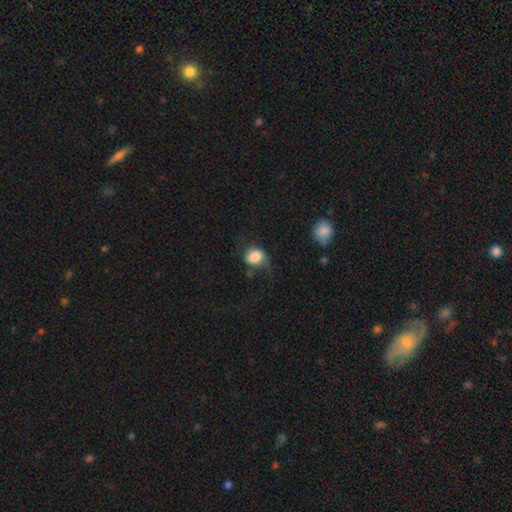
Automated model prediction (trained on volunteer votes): Q: Smooth or featured?
A: smooth (82%); runner-up: featured or disk (10%)
Q: How rounded?
A: round (51%); runner-up: in between (48%)
Q: Merging?
A: none (37%); runner-up: minor disturbance (30%)